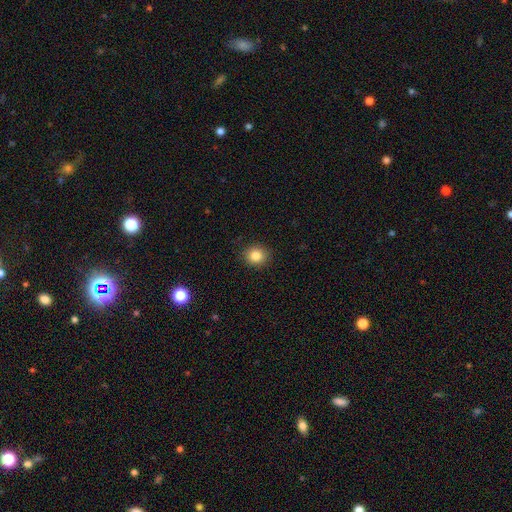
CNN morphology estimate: Overall: smooth (84%). How rounded: round (85%). Merging: none (91%).